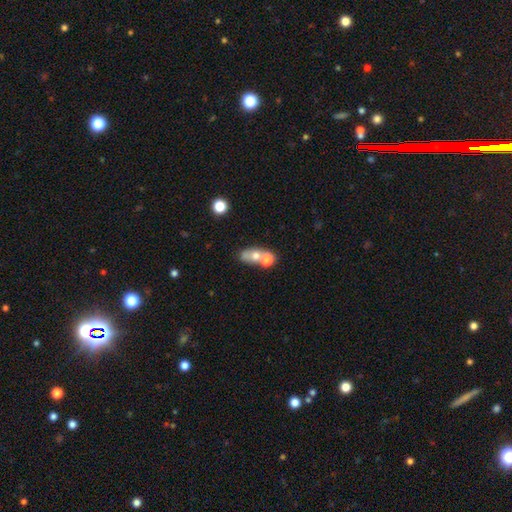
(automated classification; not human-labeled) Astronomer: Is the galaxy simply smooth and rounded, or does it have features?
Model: smooth — 63%.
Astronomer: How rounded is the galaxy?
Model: in between — 60% (runner-up: round, 36%).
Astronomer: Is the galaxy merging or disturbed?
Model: merger — 54% (runner-up: none, 32%).